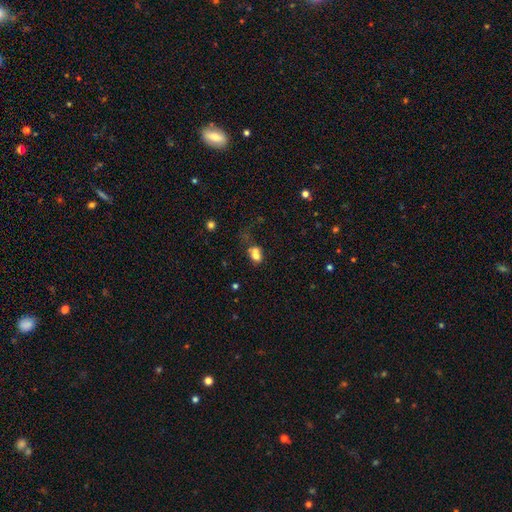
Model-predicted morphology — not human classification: This is likely a smooth galaxy (70%). How rounded: possibly in between (60%). Merging: possibly merger (48%).